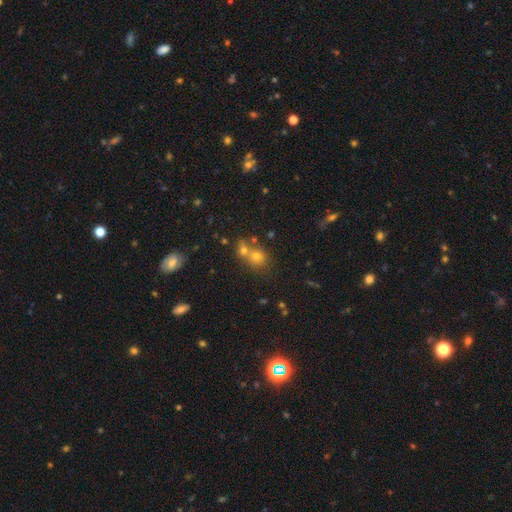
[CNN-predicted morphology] This is likely a smooth galaxy (61%). How rounded: clearly round (80%). Merging: possibly none (49%).